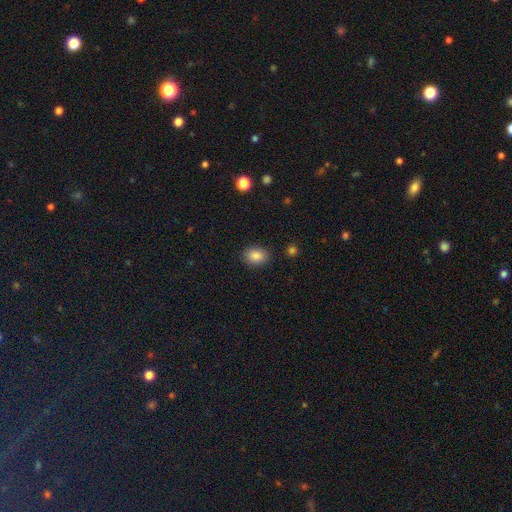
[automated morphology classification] This appears to be a smooth galaxy with no disk features (86%) that is in between round and cigar-shaped (70%). Merging: none (87%).